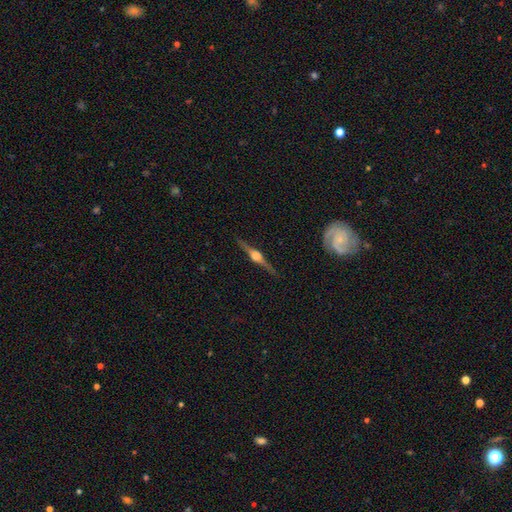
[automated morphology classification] Smooth or featured?
  - featured or disk: 88% *
  - smooth: 7%
  - star or artifact: 5%
Edge-on disk?
  - yes: 98% *
  - no: 2%
Edge-on bulge?
  - rounded: 92% *
  - boxy: 6%
  - none: 2%
Merging?
  - none: 91% *
  - minor disturbance: 7%
  - major disturbance: 2%
  - merger: 1%